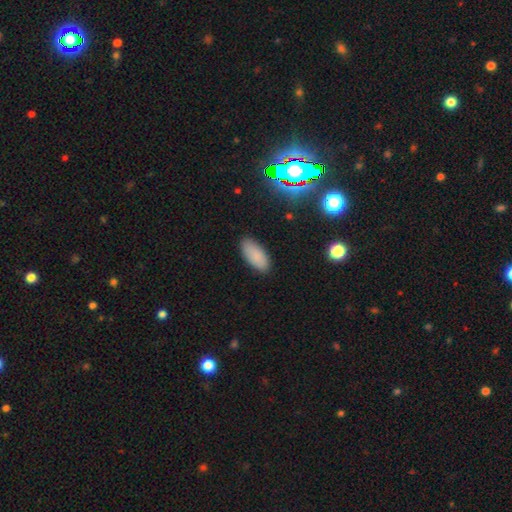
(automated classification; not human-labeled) Smooth or featured? Predicted: smooth (p=0.85). How rounded? Predicted: in between (p=0.90). Merging? Predicted: none (p=0.87).